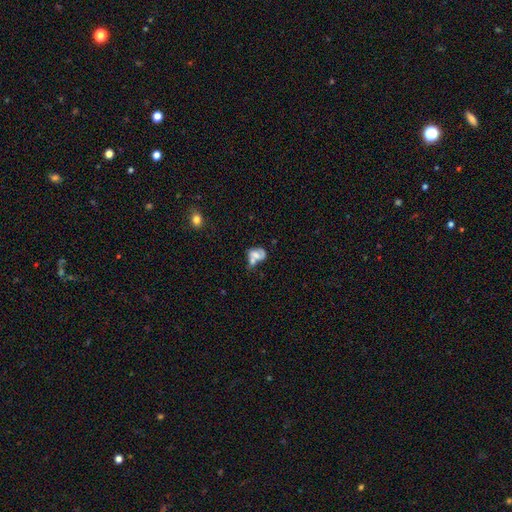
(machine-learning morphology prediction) Smooth or featured?
  - smooth: 48% *
  - featured or disk: 40%
  - star or artifact: 11%
Merging?
  - merger: 51% *
  - none: 21%
  - major disturbance: 14%
  - minor disturbance: 14%